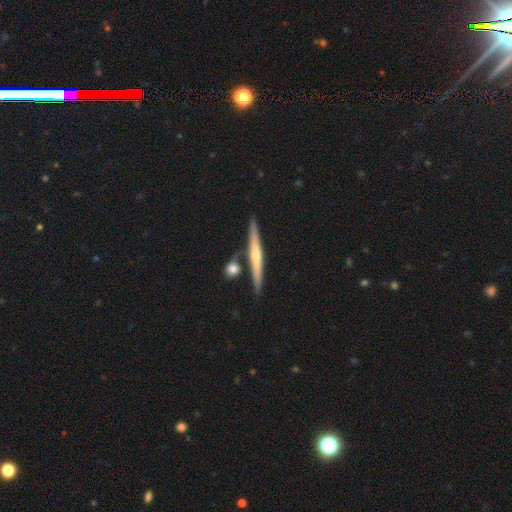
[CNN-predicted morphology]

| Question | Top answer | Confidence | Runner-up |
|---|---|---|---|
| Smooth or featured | featured or disk | 75% | smooth (19%) |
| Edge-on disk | yes | 98% | no (2%) |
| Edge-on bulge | rounded | 75% | none (18%) |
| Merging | none | 84% | minor disturbance (8%) |